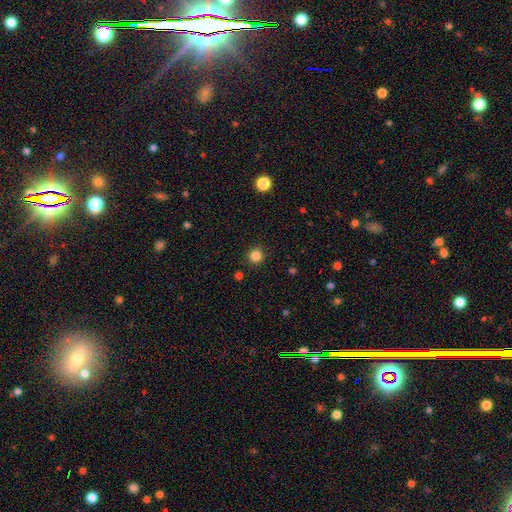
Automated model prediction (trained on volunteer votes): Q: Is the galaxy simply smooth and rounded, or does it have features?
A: smooth — 84%.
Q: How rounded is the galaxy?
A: round — 94%.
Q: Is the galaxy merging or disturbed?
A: none — 91%.